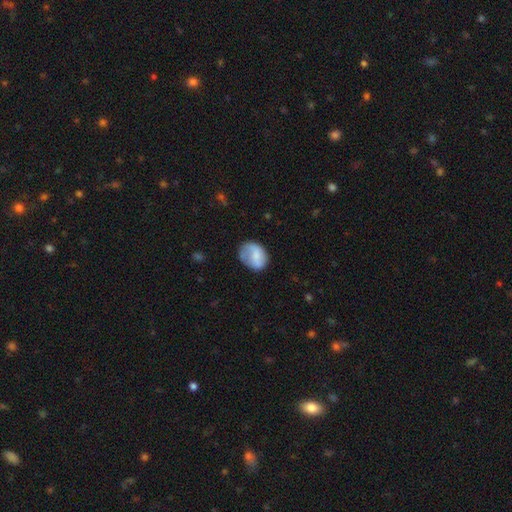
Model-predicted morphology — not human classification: Smooth or featured? Predicted: smooth (p=0.60). How rounded? Predicted: in between (p=0.51). Merging? Predicted: none (p=0.56).